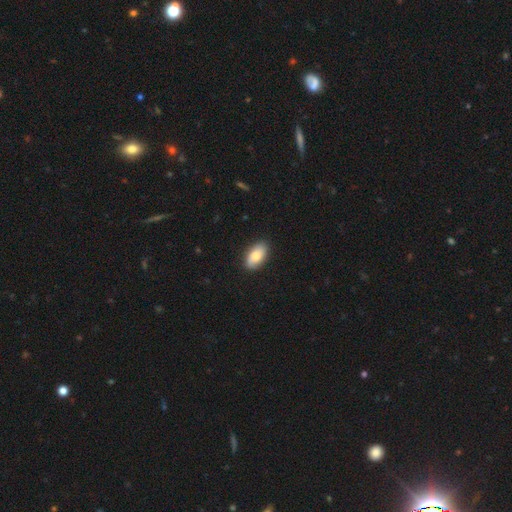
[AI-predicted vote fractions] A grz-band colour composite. It shows a smooth galaxy with no disk features (79%) that is in between round and cigar-shaped (93%). Merging: none (87%).